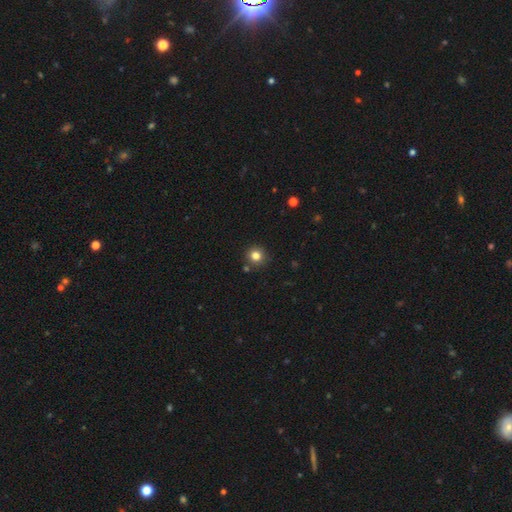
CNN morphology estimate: Overall: smooth (81%). How rounded: round (92%). Merging: none (87%).